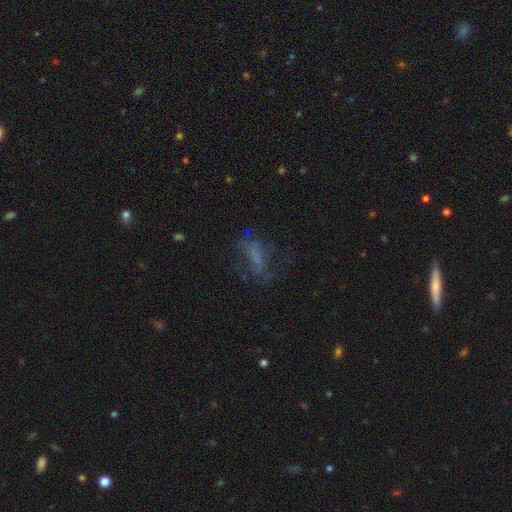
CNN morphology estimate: This is marginally a smooth galaxy (39%). Merging: possibly none (49%).